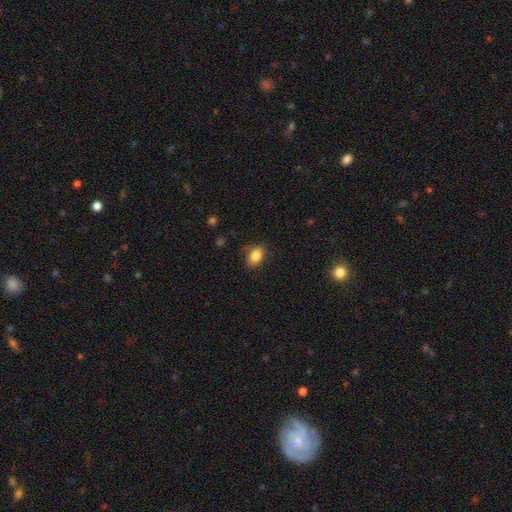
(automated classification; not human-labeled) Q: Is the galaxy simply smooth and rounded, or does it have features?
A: smooth — 84%.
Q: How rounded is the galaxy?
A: in between — 83%.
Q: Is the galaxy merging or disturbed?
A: none — 79%.